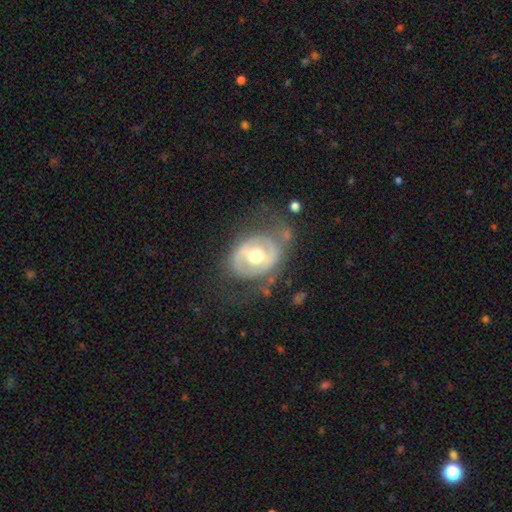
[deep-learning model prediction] Morphology: type=featured or disk (70%); edge-on=no (95%); bar=no (43%); spiral arms=no (59%); bulge=moderate (75%); merging=none (56%).